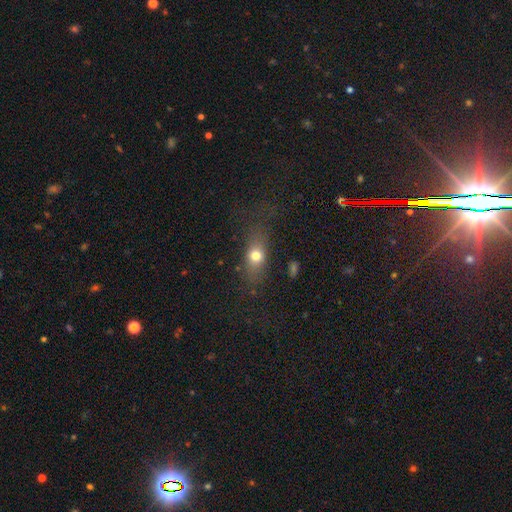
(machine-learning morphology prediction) Smooth or featured? Predicted: smooth (p=0.72). How rounded? Predicted: in between (p=0.63). Merging? Predicted: none (p=0.64).